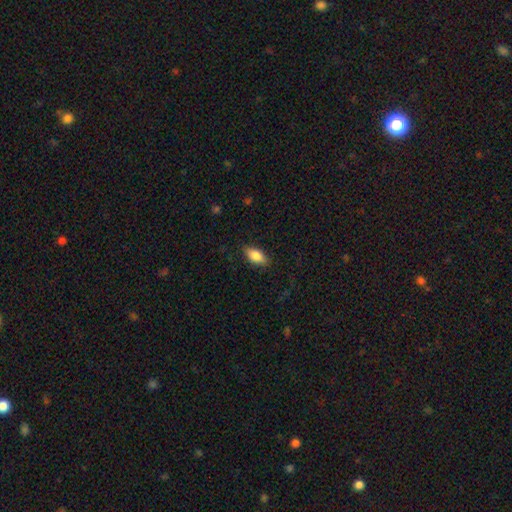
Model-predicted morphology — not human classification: Q: Smooth or featured?
A: smooth (82%); runner-up: featured or disk (11%)
Q: How rounded?
A: in between (87%); runner-up: cigar-shaped (10%)
Q: Merging?
A: none (83%); runner-up: minor disturbance (13%)